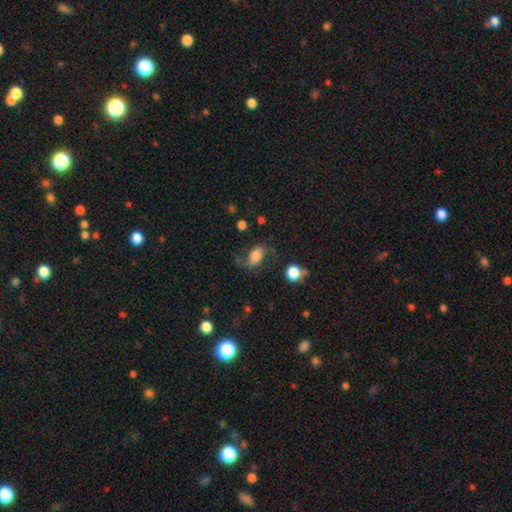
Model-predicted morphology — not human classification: This appears to be a featured or disk galaxy (61%) with no bar (48%), 2 (92%) loose (79%) spiral arms (92%) and a large central bulge (37%). Merging: none (64%).